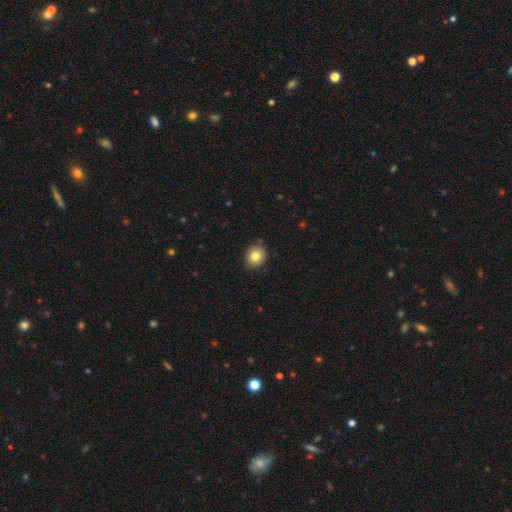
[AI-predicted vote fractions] smooth 81%, star or artifact 10%, featured or disk 9%. Down the decision tree: how rounded — round (74%); merging — none (86%).